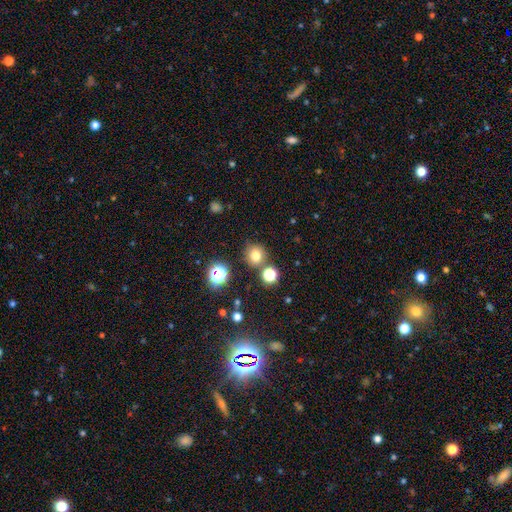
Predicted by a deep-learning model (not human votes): Q: Smooth or featured?
A: smooth (73%); runner-up: star or artifact (19%)
Q: How rounded?
A: round (89%); runner-up: in between (10%)
Q: Merging?
A: none (78%); runner-up: merger (10%)